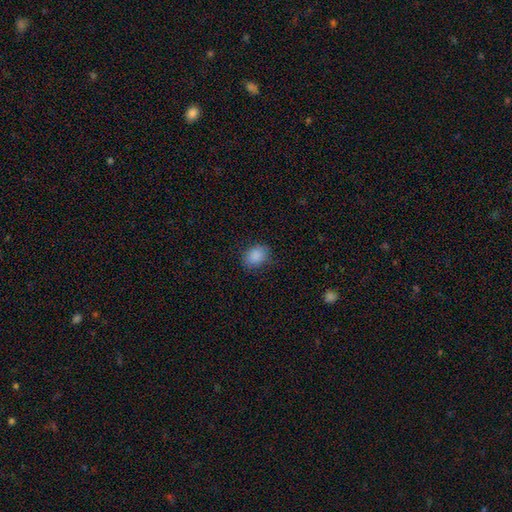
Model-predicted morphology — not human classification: Smooth or featured? Predicted: smooth (p=0.87). How rounded? Predicted: in between (p=0.61). Merging? Predicted: none (p=0.81).